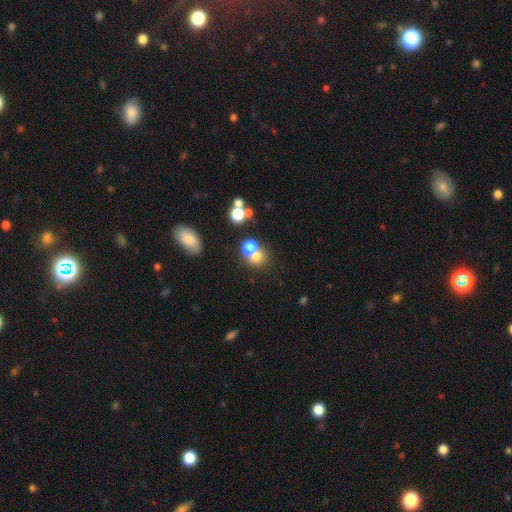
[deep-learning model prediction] smooth_or_featured: smooth (p=0.71) [alt: featured or disk p=0.15]
how_rounded: round (p=0.77) [alt: in between p=0.22]
merging: merger (p=0.51) [alt: none p=0.38]